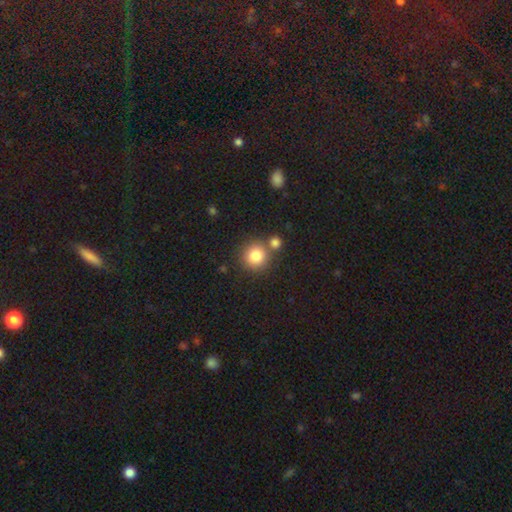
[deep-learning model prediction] Morphology: type=smooth (82%); roundness=round (92%); merging=none (72%).